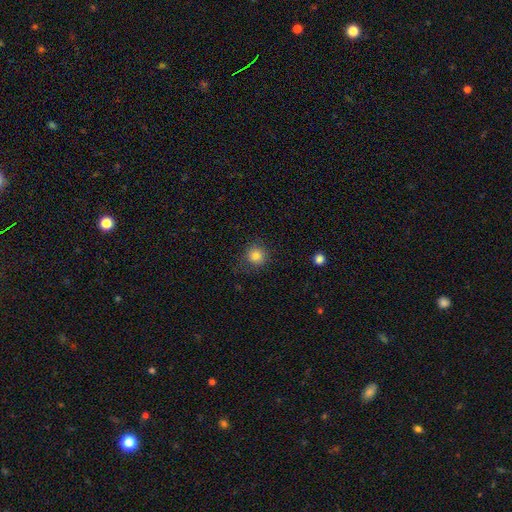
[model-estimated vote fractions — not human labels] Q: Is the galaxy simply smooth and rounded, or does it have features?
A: smooth — 82%.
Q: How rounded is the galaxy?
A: round — 92%.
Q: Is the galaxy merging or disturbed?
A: none — 82%.